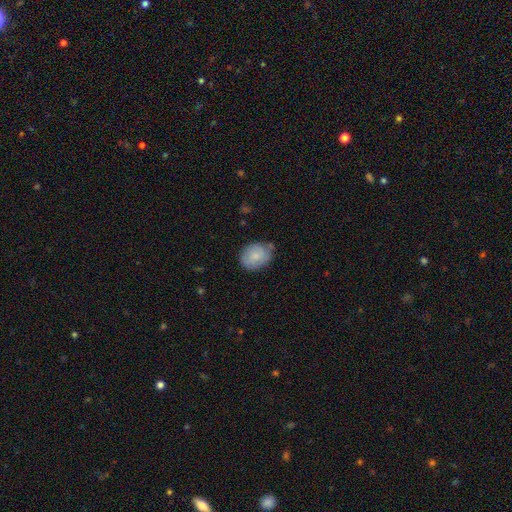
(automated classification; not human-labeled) Smooth or featured? smooth (77%)
How rounded? in between (59%)
Merging? none (68%)